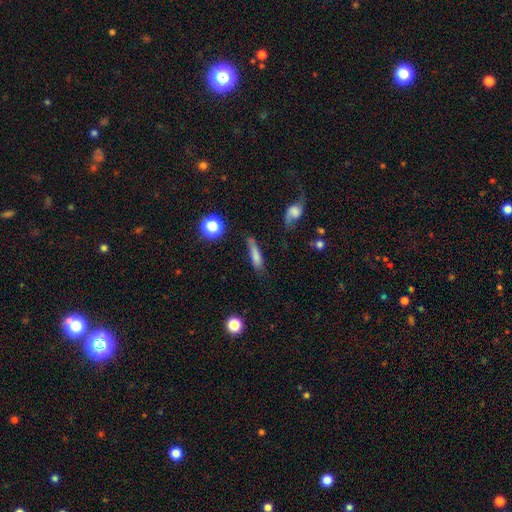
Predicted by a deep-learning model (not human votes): Smooth or featured? smooth (70%)
How rounded? cigar-shaped (71%)
Merging? none (56%)